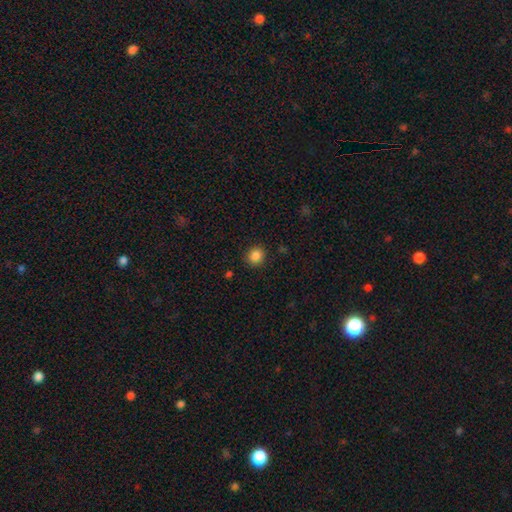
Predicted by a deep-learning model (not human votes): Smooth or featured: smooth — 86% (star or artifact — 11%)
How rounded: round — 80% (in between — 19%)
Merging: none — 88% (minor disturbance — 8%)